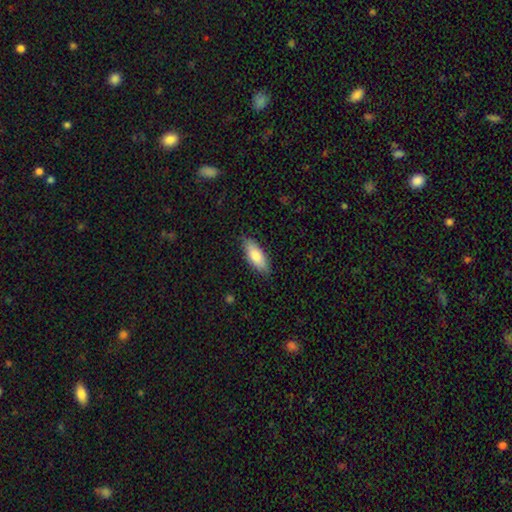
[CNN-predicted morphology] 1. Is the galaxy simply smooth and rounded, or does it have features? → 81% smooth, 13% featured or disk, 6% star or artifact.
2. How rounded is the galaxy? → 75% in between, 23% cigar-shaped, 2% round.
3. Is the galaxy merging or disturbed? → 85% none, 12% minor disturbance, 2% major disturbance, 1% merger.